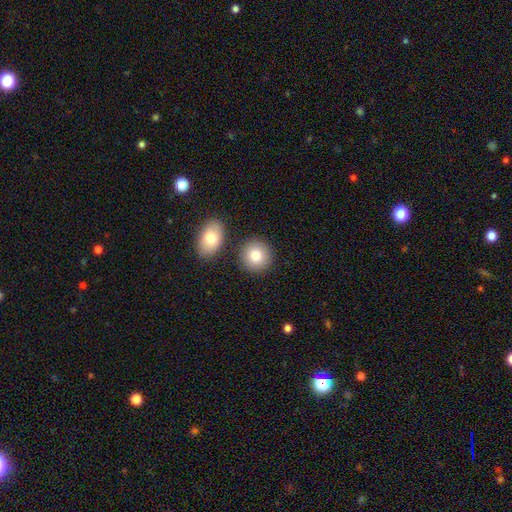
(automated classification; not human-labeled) smooth 81%, featured or disk 10%, star or artifact 9%. Down the decision tree: how rounded — round (87%); merging — none (80%).